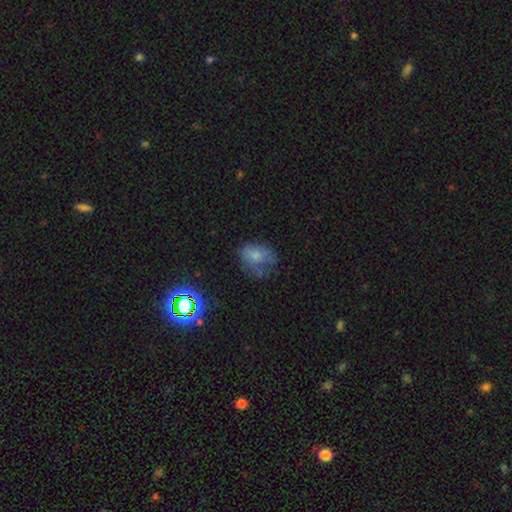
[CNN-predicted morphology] Smooth or featured? smooth (59%)
How rounded? in between (69%)
Merging? none (40%)